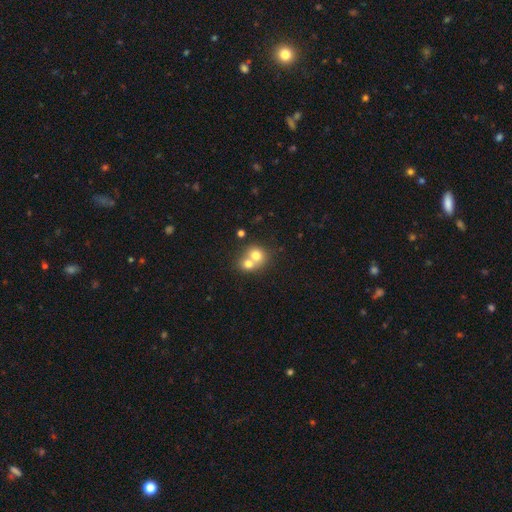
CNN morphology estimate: A smooth galaxy with no disk features (71%) that is round (74%).

Vote fractions:
- Smooth or featured? smooth: 71% / featured or disk: 18% / star or artifact: 11%
- How rounded? round: 74% / in between: 25% / cigar-shaped: 1%
- Merging? merger: 66% / none: 26% / minor disturbance: 5% / major disturbance: 2%